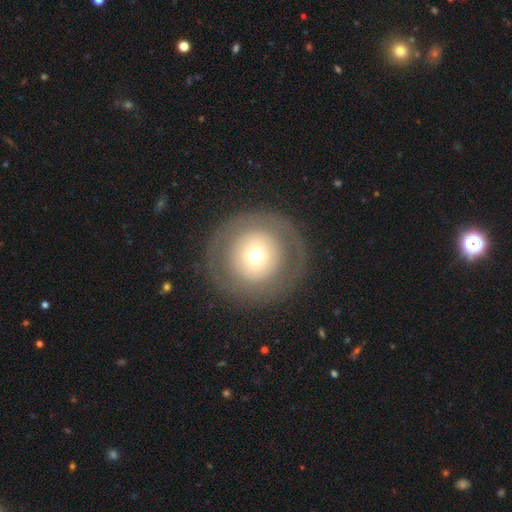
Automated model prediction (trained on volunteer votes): Smooth or featured? smooth (51%)
How rounded? round (95%)
Merging? none (85%)